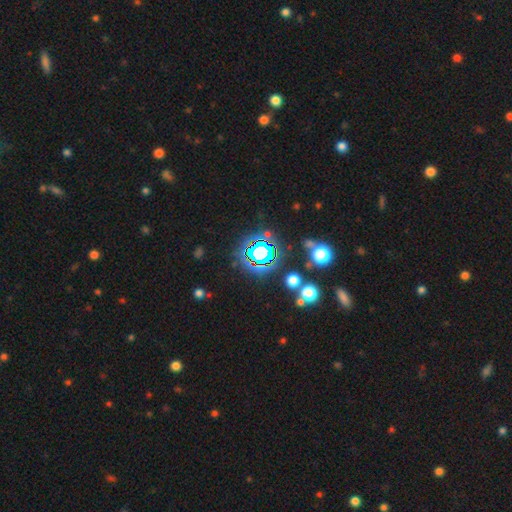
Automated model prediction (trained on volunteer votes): Smooth or featured? Predicted: star or artifact (p=0.77).